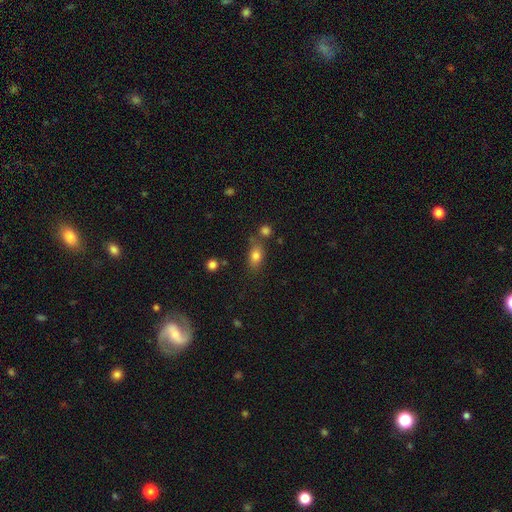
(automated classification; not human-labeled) The model was most divided on "merging": none: 66%, minor disturbance: 16%, merger: 13%, major disturbance: 5%. More confident: smooth or featured — smooth (79%); how rounded — in between (79%).